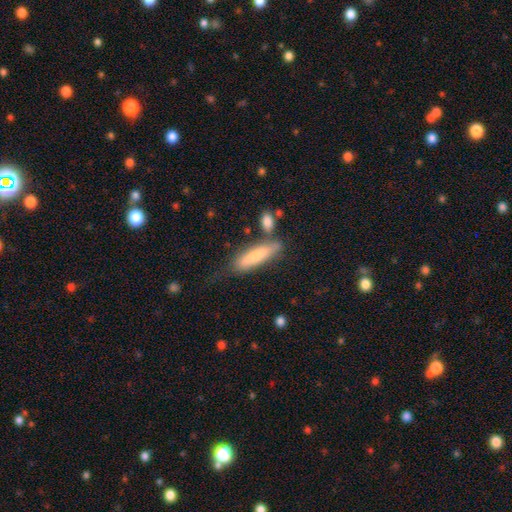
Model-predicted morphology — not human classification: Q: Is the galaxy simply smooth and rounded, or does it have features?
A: smooth — 75%.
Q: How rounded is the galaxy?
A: cigar-shaped — 72%.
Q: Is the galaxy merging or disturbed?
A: none — 60%.